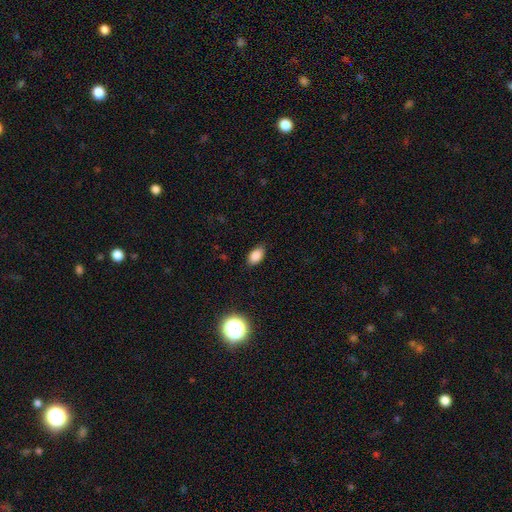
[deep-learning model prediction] smooth 85%, star or artifact 10%, featured or disk 5%. Down the decision tree: how rounded — in between (90%); merging — none (85%).